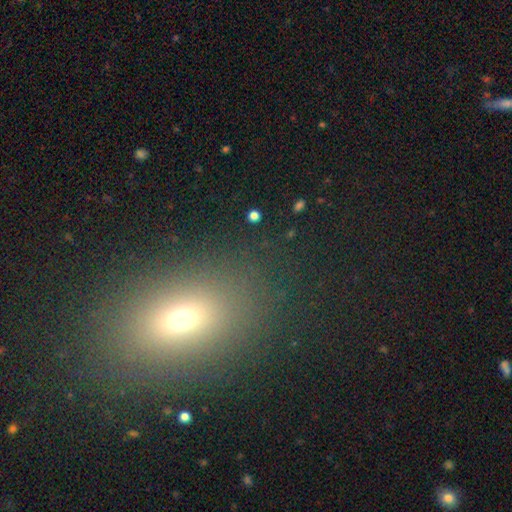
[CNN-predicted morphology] Smooth or featured: smooth — 59% (star or artifact — 28%)
How rounded: in between — 68% (round — 28%)
Merging: none — 84% (minor disturbance — 9%)